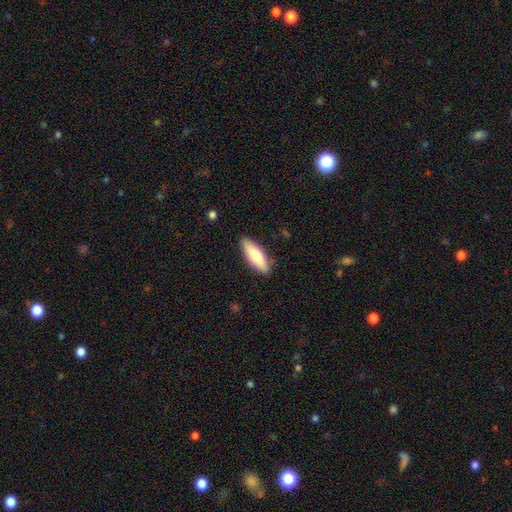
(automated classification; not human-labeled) Smooth or featured? Predicted: smooth (p=0.75). How rounded? Predicted: in between (p=0.54). Merging? Predicted: none (p=0.87).